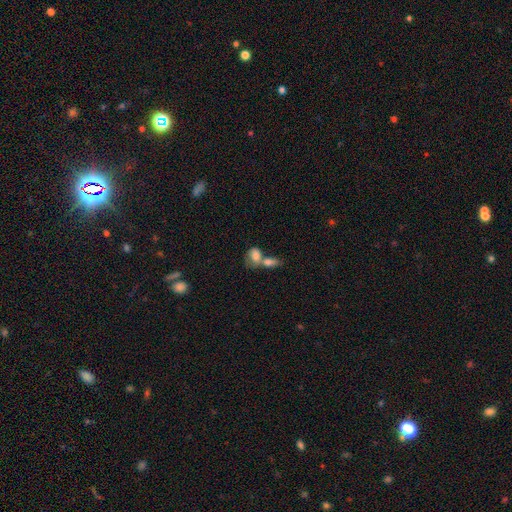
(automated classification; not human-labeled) A smooth galaxy with no disk features (77%) that is in between round and cigar-shaped (70%). Merging: merger (65%).